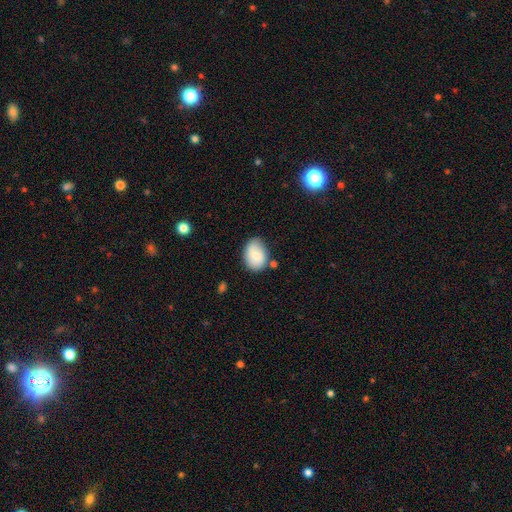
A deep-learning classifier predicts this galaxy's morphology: Smooth or featured? smooth (68%)
How rounded? in between (76%)
Merging? none (70%)